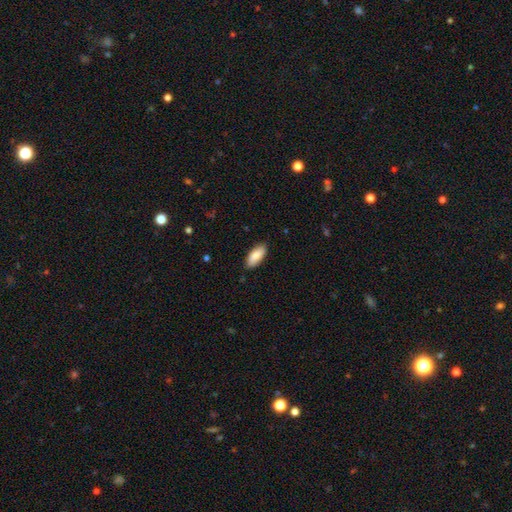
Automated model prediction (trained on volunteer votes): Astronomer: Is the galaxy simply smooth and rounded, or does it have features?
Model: smooth — 85%.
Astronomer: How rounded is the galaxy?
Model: in between — 88%.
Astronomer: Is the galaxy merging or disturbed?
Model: none — 87%.